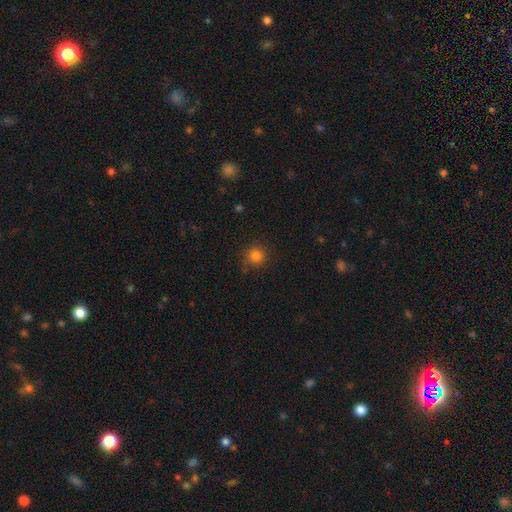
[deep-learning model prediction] Smooth or featured? Predicted: smooth (p=0.82). How rounded? Predicted: round (p=0.93). Merging? Predicted: none (p=0.83).